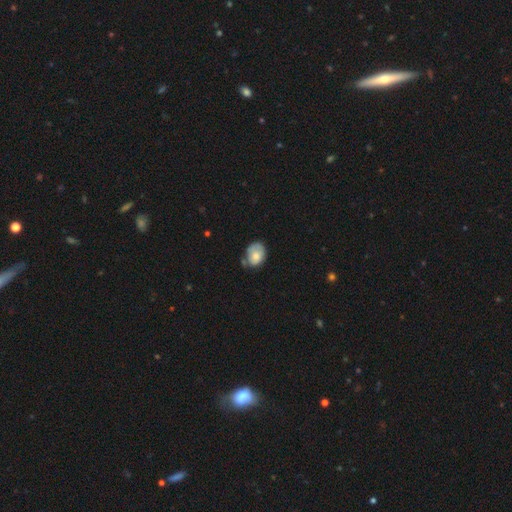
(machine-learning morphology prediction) type=smooth (67%); roundness=in between (62%); merging=none (43%).